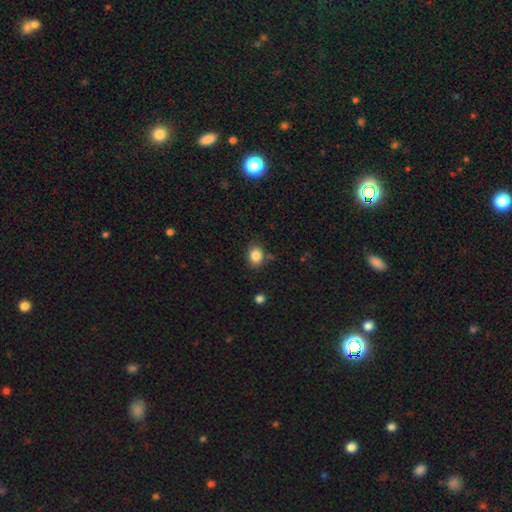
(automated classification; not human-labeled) Overall: smooth (84%). How rounded: round (59%; in between 40%). Merging: none (79%).